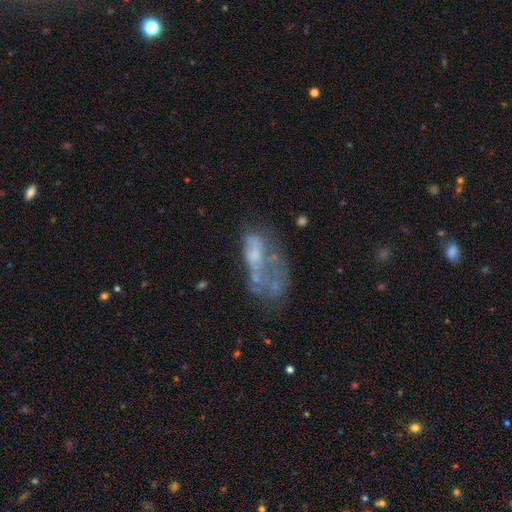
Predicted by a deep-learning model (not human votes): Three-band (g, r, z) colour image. It shows a featured or disk galaxy (53%) with no bar (87%), no spiral arms (89%) and no central bulge (54%). Merging: major disturbance (35%).